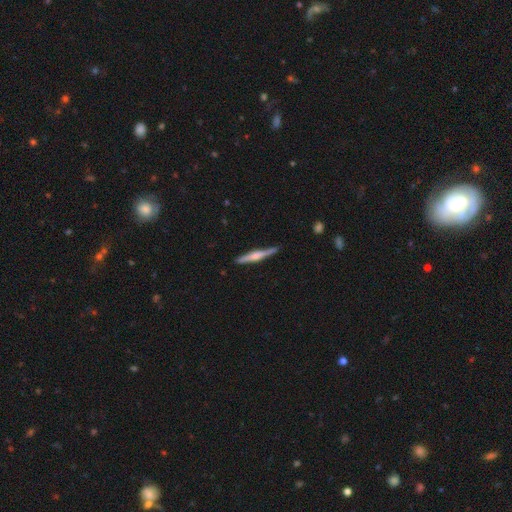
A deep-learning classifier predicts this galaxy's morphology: This is likely a featured or disk galaxy (64%). It is clearly viewed edge-on (98%). Edge-on bulge: likely rounded (70%). Merging: clearly none (88%).